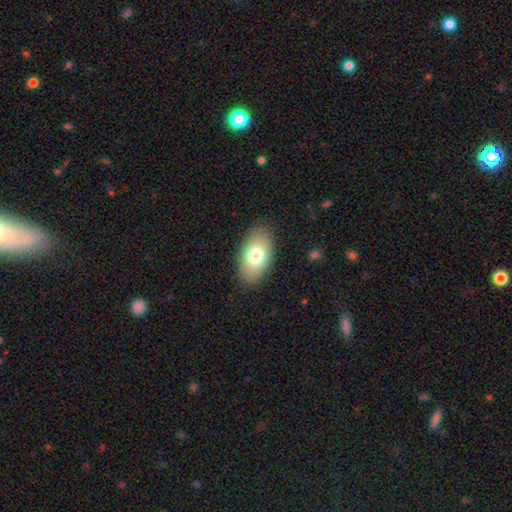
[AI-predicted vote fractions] This appears to be a smooth galaxy with no disk features (76%) that is in between round and cigar-shaped (93%). Merging: none (86%).